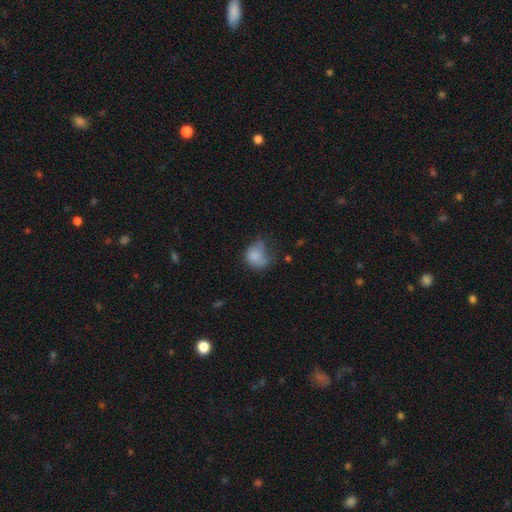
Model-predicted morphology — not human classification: Overall: smooth (75%). How rounded: round (50%; in between 49%). Merging: major disturbance (34%; minor disturbance 33%).